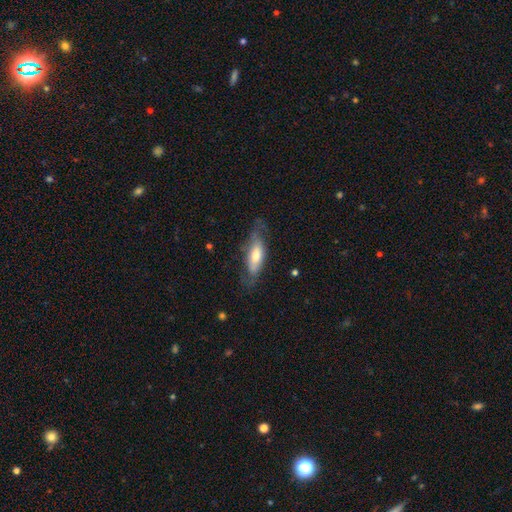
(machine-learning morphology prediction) Smooth or featured: smooth — 54% (featured or disk — 40%)
How rounded: in between — 65% (cigar-shaped — 32%)
Merging: none — 59% (minor disturbance — 26%)